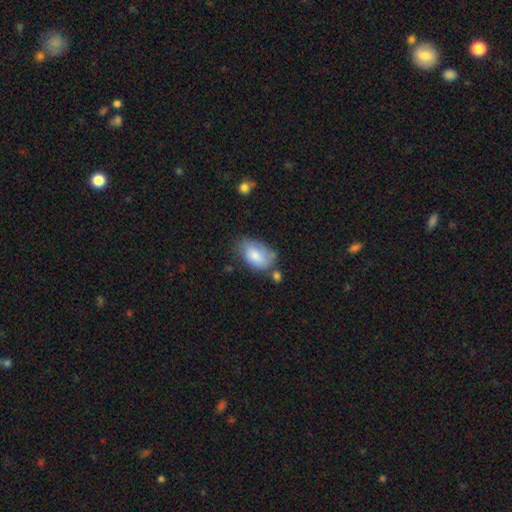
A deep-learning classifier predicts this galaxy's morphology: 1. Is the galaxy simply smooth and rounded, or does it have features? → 79% smooth, 14% featured or disk, 7% star or artifact.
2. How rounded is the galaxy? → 91% in between, 7% round, 1% cigar-shaped.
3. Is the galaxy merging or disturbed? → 54% none, 29% minor disturbance, 9% major disturbance, 8% merger.